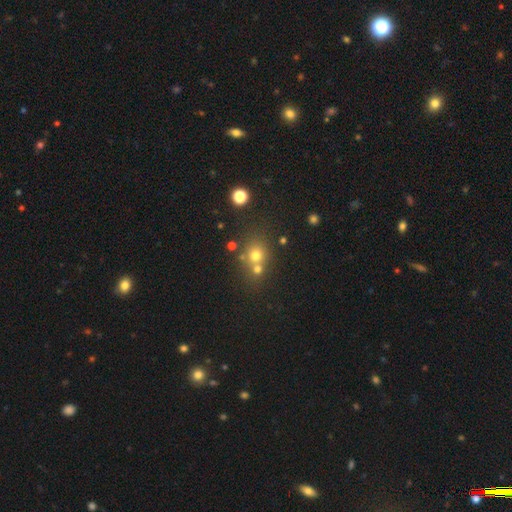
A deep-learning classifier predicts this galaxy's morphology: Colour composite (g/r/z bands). It shows a smooth galaxy with no disk features (68%) that is round (80%). Merging: none (53%).